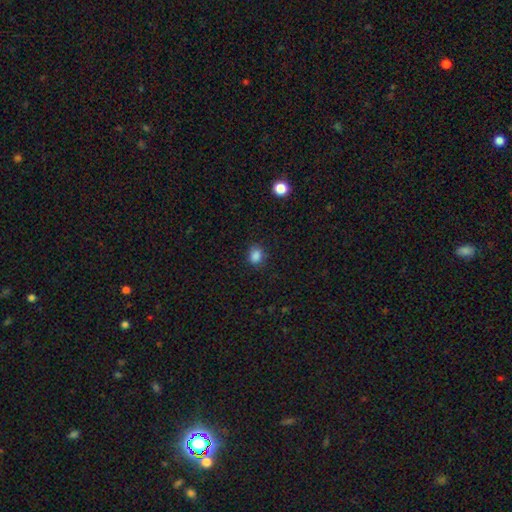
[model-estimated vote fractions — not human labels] This is clearly a smooth galaxy (84%). How rounded: possibly round (51%). Merging: likely none (79%).